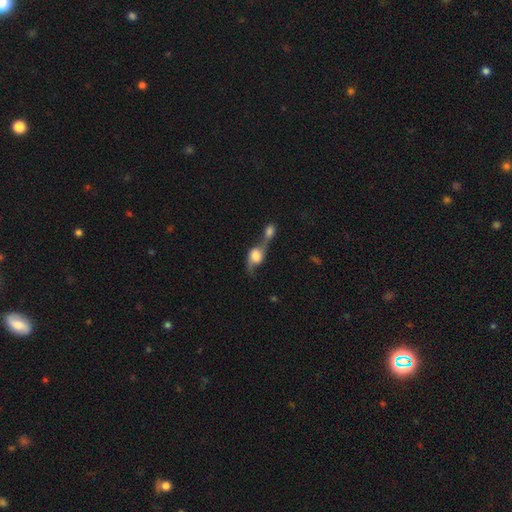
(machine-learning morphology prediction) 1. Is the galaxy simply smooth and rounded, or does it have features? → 51% featured or disk, 40% smooth, 9% star or artifact.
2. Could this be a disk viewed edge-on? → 86% no, 14% yes.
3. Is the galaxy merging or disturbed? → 74% merger, 12% none, 8% major disturbance, 6% minor disturbance.